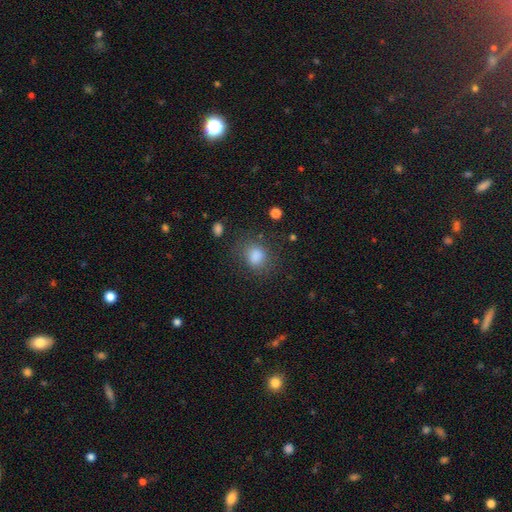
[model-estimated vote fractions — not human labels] Morphology: type=smooth (83%); roundness=round (64%); merging=none (72%).